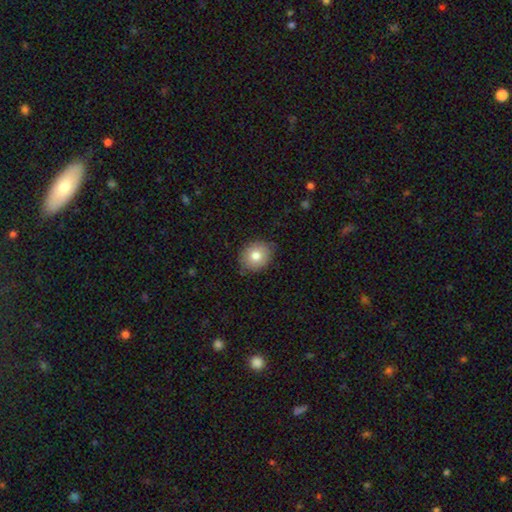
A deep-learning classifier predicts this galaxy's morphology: Smooth or featured? Predicted: smooth (p=0.78). How rounded? Predicted: round (p=0.58). Merging? Predicted: none (p=0.82).